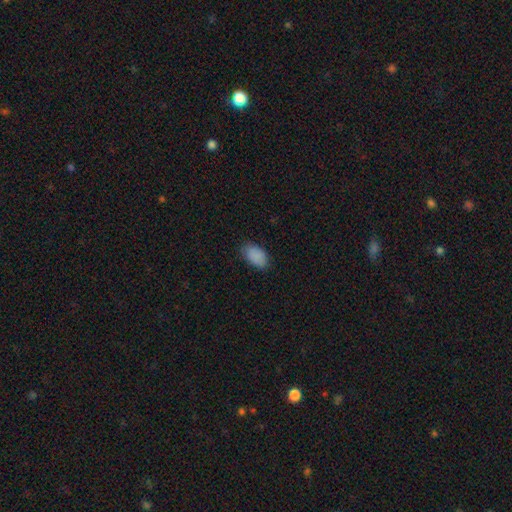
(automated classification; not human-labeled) Morphology: type=smooth (89%); roundness=in between (92%); merging=none (81%).